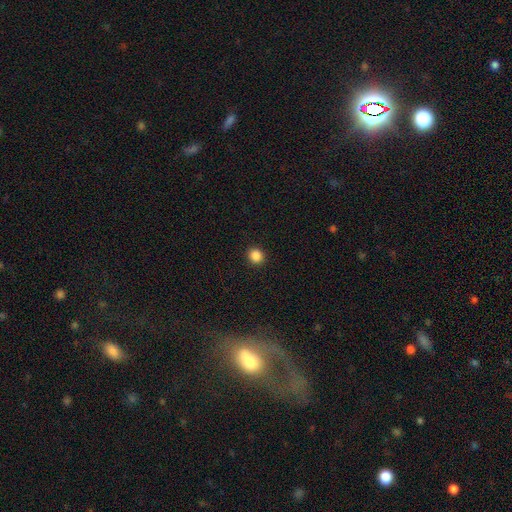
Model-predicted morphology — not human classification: This appears to be a smooth galaxy with no disk features (86%) that is round (91%). Merging: none (93%).